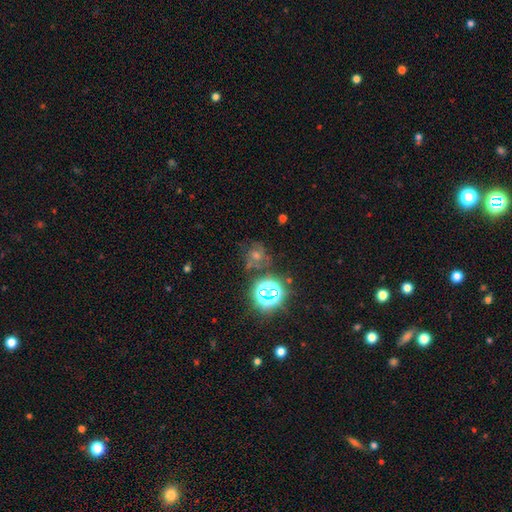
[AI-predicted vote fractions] smooth_or_featured: star or artifact (p=0.49) [alt: smooth p=0.28]